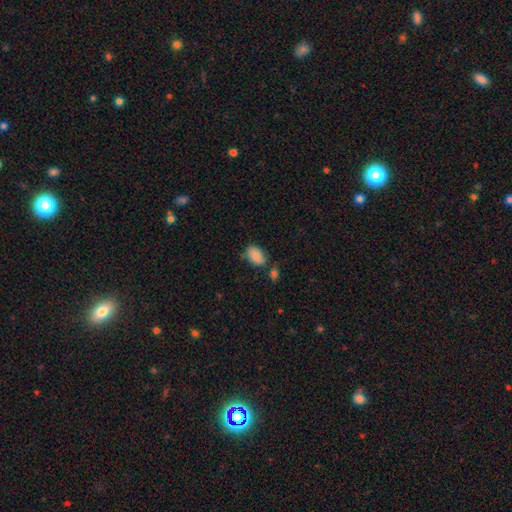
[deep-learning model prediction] smooth-or-featured: smooth: 86% | star or artifact: 8% | featured or disk: 6%
  how-rounded: in between: 87% | round: 12% | cigar-shaped: 1%
  merging: none: 64% | minor disturbance: 20% | merger: 11% | major disturbance: 5%